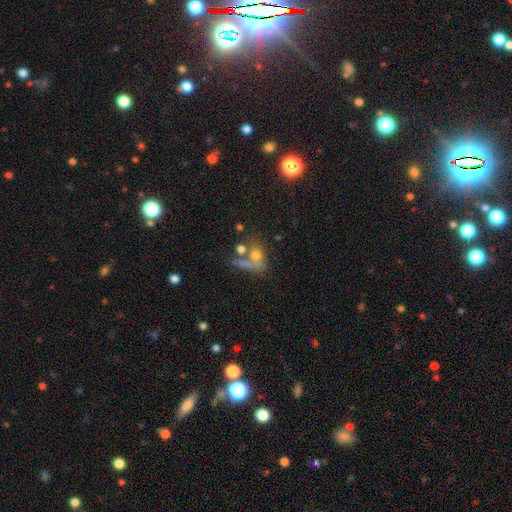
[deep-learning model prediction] A smooth galaxy with no disk features (61%) that is in between round and cigar-shaped (50%).

Vote fractions:
- Smooth or featured? smooth: 61% / featured or disk: 23% / star or artifact: 16%
- How rounded? in between: 50% / round: 42% / cigar-shaped: 8%
- Merging? merger: 39% / none: 32% / major disturbance: 17% / minor disturbance: 12%